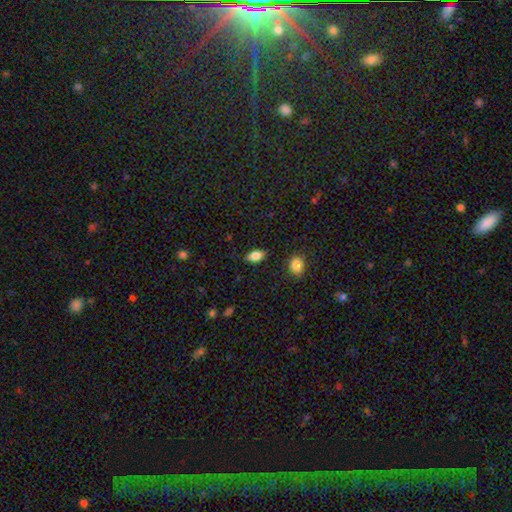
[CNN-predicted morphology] This is clearly a smooth galaxy (83%). How rounded: clearly in between (90%). Merging: clearly none (84%).